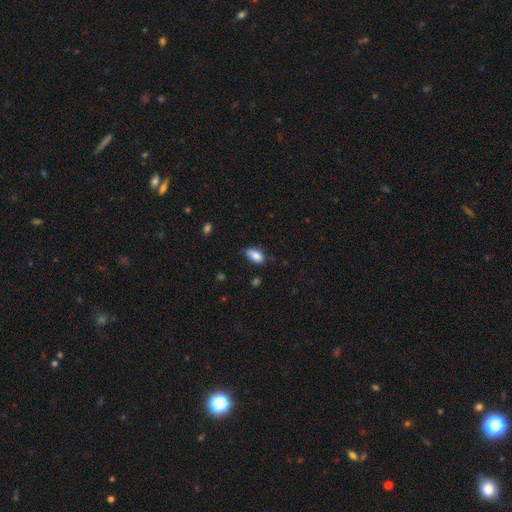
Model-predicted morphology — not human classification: Smooth or featured: smooth — 84% (star or artifact — 8%)
How rounded: in between — 90% (cigar-shaped — 7%)
Merging: none — 59% (minor disturbance — 33%)